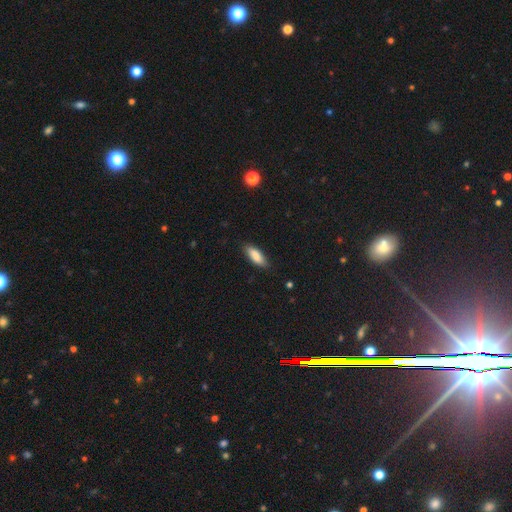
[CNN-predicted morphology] Smooth or featured? Predicted: smooth (p=0.86). How rounded? Predicted: in between (p=0.68). Merging? Predicted: none (p=0.83).